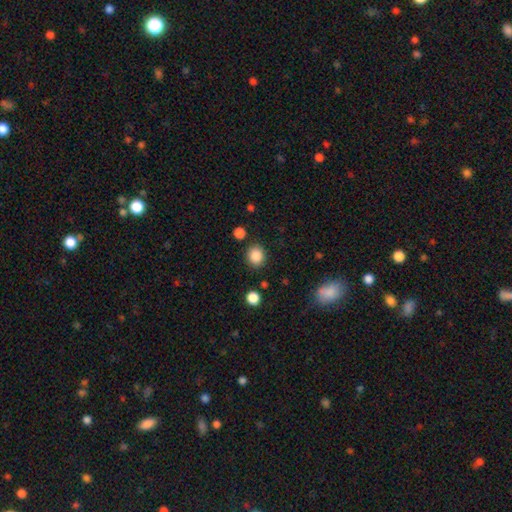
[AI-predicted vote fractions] Morphology: type=smooth (87%); roundness=round (69%); merging=none (84%).